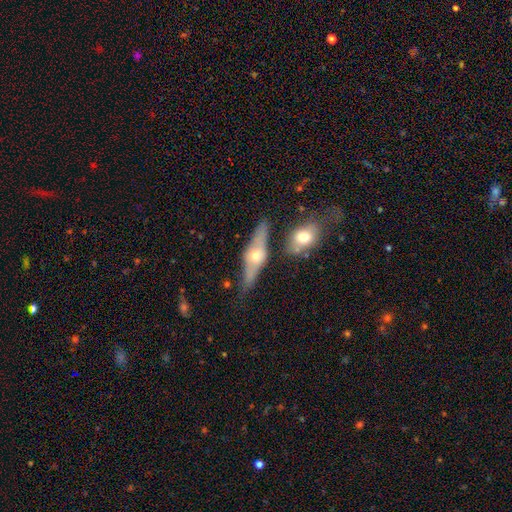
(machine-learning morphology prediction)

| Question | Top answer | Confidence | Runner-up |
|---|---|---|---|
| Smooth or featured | featured or disk | 64% | smooth (29%) |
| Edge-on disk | yes | 84% | no (16%) |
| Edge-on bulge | rounded | 92% | boxy (4%) |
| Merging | none | 70% | minor disturbance (15%) |